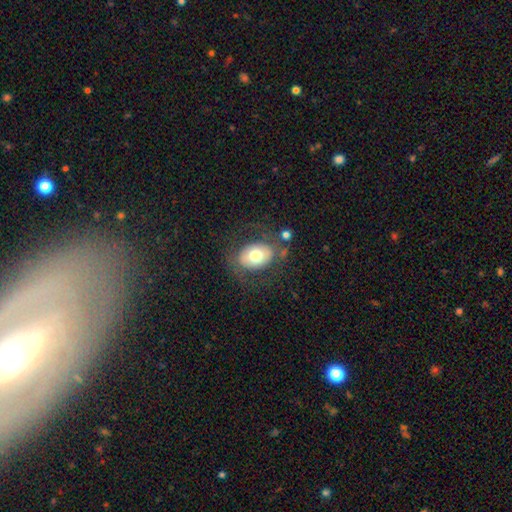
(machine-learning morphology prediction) Overall: smooth (62%; featured or disk 31%). How rounded: in between (73%). Merging: none (68%).